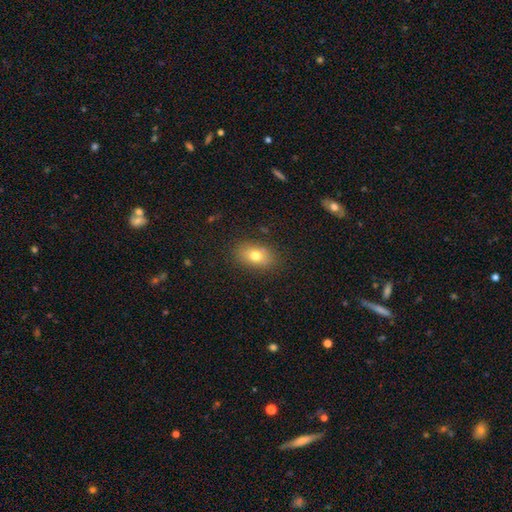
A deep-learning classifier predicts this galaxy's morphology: type=smooth (77%); roundness=in between (82%); merging=none (84%).